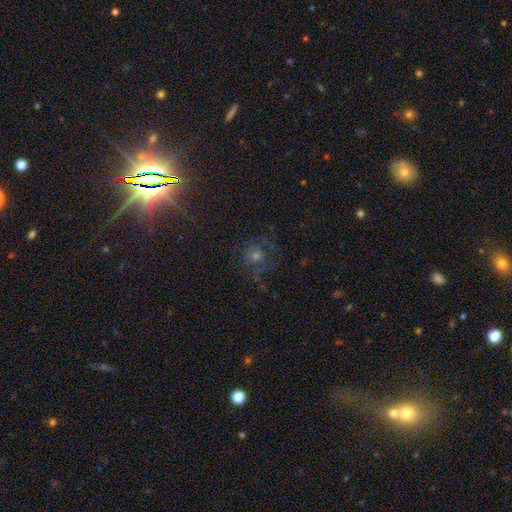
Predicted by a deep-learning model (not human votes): The model was most divided on "smooth or featured": star or artifact: 36%, featured or disk: 32%, smooth: 32%.